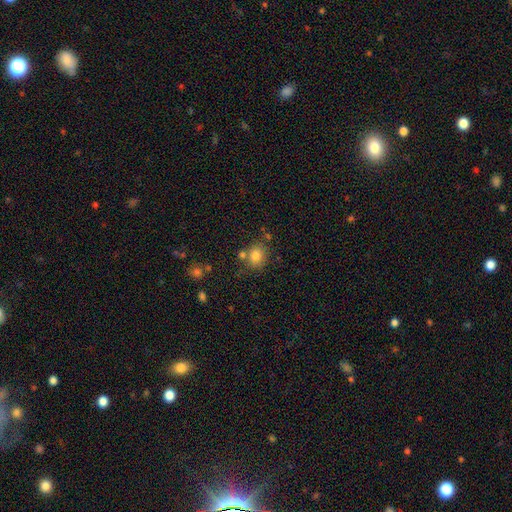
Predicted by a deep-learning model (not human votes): smooth-or-featured: smooth: 80% | star or artifact: 11% | featured or disk: 9%
  how-rounded: round: 63% | in between: 36% | cigar-shaped: 1%
  merging: none: 67% | merger: 15% | minor disturbance: 14% | major disturbance: 4%